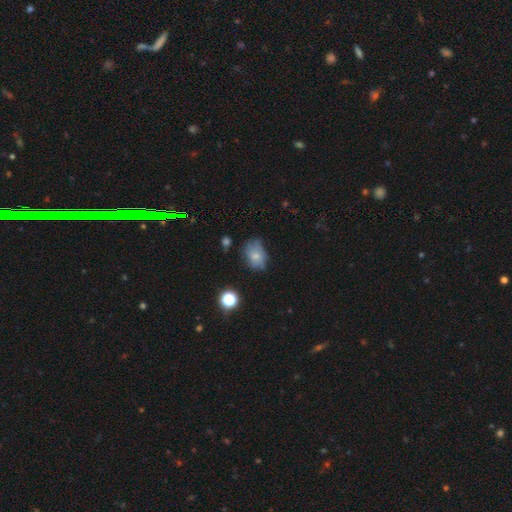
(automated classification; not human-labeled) Smooth or featured? Predicted: smooth (p=0.69). How rounded? Predicted: in between (p=0.69). Merging? Predicted: none (p=0.53).